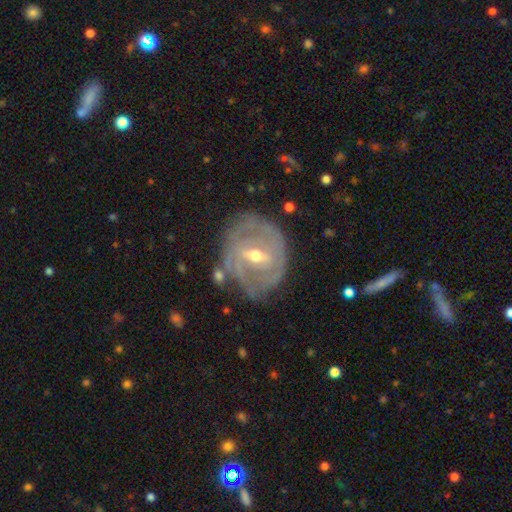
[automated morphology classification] Overall: featured or disk (83%). Edge-on disk: no (95%). Bar: weak (50%; strong 33%). Spiral arms: yes (83%). Spiral arm count: can't tell (43%; 2 26%). Spiral winding: tight (68%). Bulge size: moderate (60%; small 36%). Merging: none (67%).